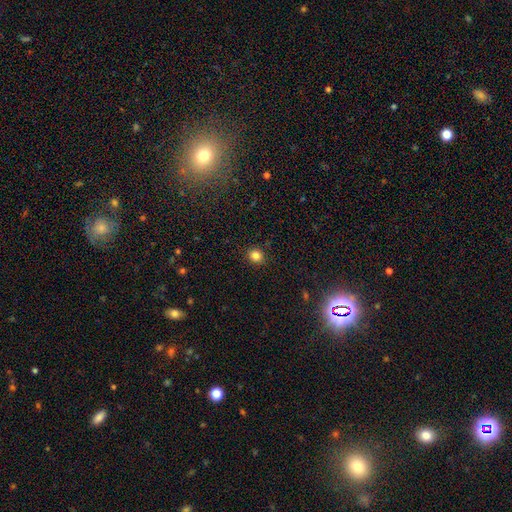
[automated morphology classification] type=smooth (82%); roundness=round (81%); merging=none (90%).